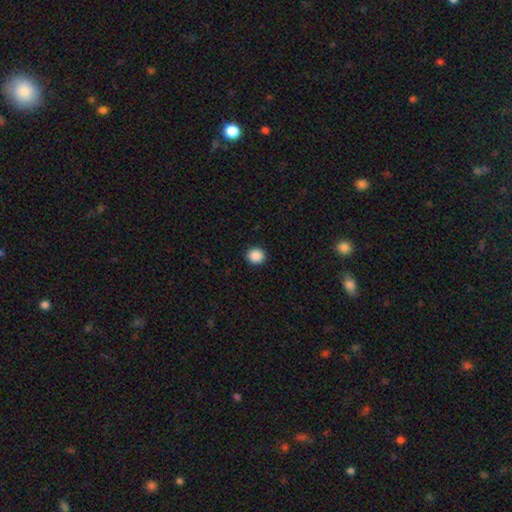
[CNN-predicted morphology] A smooth galaxy with no disk features (89%) that is round (87%). Merging: none (92%).